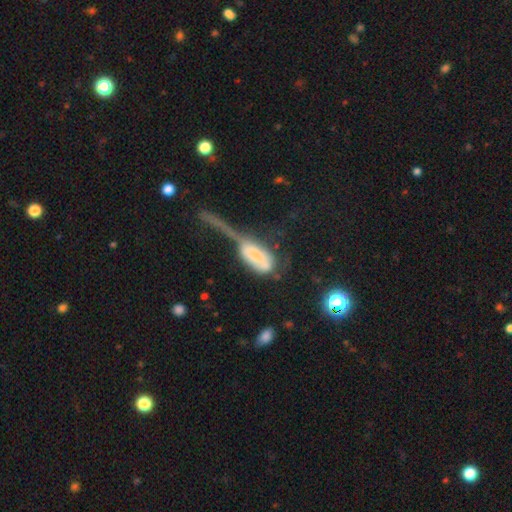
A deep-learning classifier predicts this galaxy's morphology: smooth_or_featured: smooth (p=0.55) [alt: featured or disk p=0.35]
how_rounded: in between (p=0.88) [alt: cigar-shaped p=0.07]
merging: major disturbance (p=0.46) [alt: merger p=0.29]